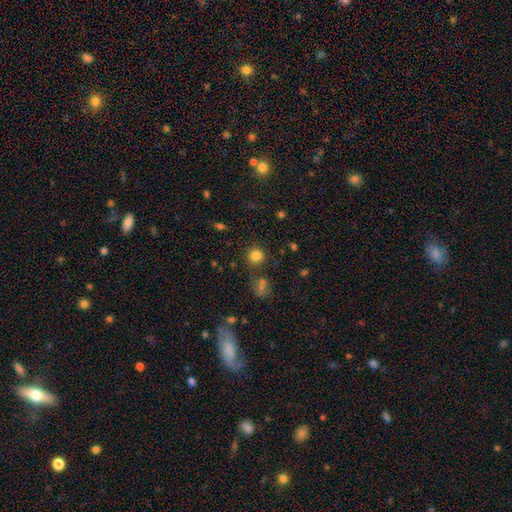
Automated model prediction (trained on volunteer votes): This appears to be a smooth galaxy with no disk features (80%) that is round (87%). Merging: none (77%).